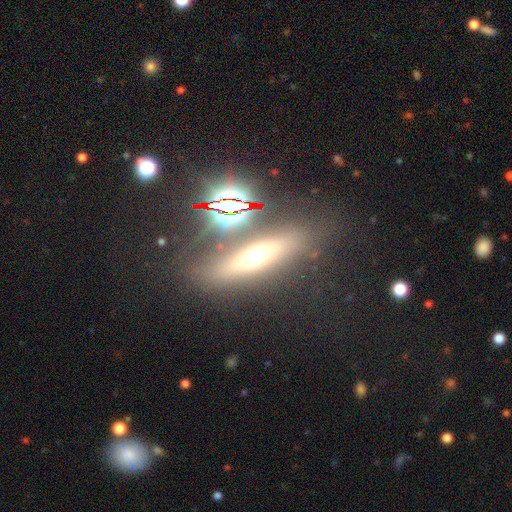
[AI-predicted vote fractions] A featured or disk galaxy (41%).

Vote fractions:
- Smooth or featured? featured or disk: 41% / smooth: 32% / star or artifact: 27%
- Merging? none: 76% / minor disturbance: 11% / merger: 7% / major disturbance: 5%